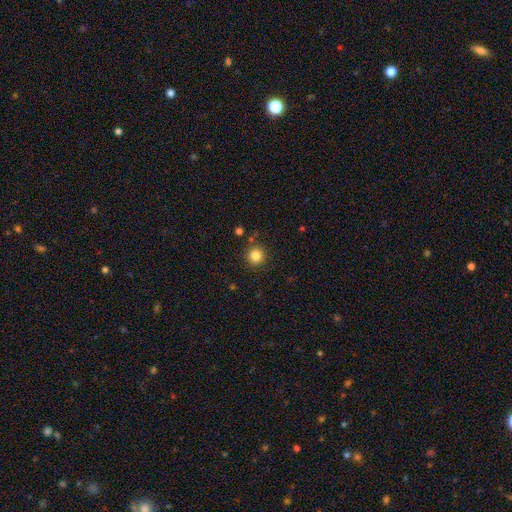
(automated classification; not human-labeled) Q: Smooth or featured?
A: smooth (84%); runner-up: star or artifact (11%)
Q: How rounded?
A: round (94%); runner-up: in between (5%)
Q: Merging?
A: none (88%); runner-up: minor disturbance (7%)